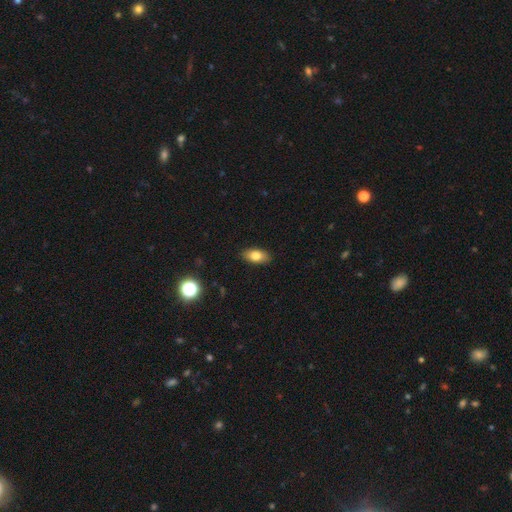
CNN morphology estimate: Smooth or featured? smooth (79%)
How rounded? in between (89%)
Merging? none (88%)